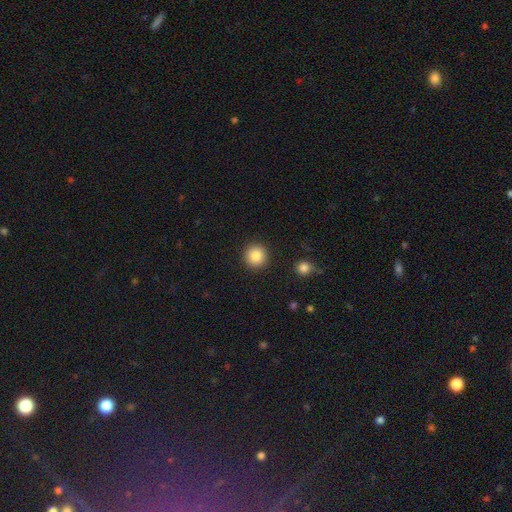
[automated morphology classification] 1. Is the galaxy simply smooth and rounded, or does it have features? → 86% smooth, 9% star or artifact, 5% featured or disk.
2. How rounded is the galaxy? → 94% round, 5% in between, 1% cigar-shaped.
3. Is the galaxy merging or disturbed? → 91% none, 5% minor disturbance, 2% major disturbance, 1% merger.